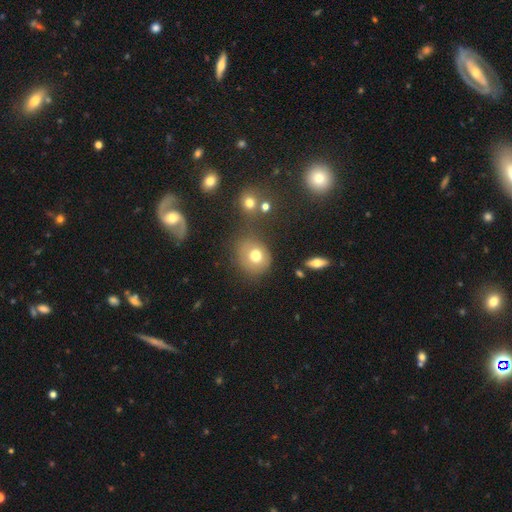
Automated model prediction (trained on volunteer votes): This appears to be a smooth galaxy with no disk features (74%) that is round (75%). Merging: none (67%).